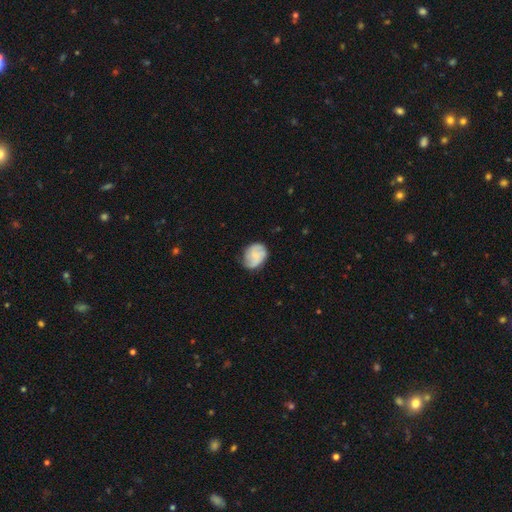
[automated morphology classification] Smooth or featured? smooth (47%)
Merging? none (65%)